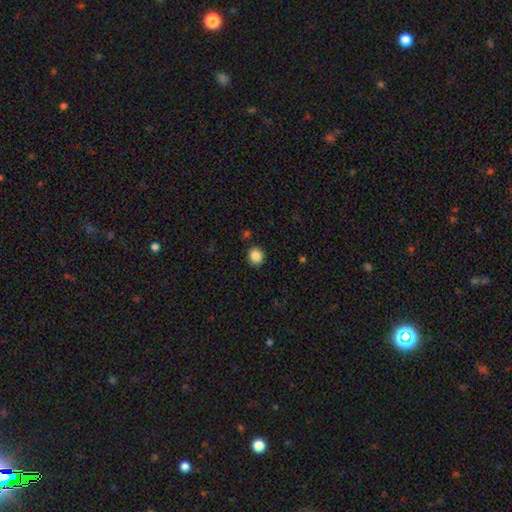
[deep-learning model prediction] smooth_or_featured: smooth (p=0.86) [alt: star or artifact p=0.10]
how_rounded: round (p=0.86) [alt: in between p=0.13]
merging: none (p=0.89) [alt: minor disturbance p=0.07]